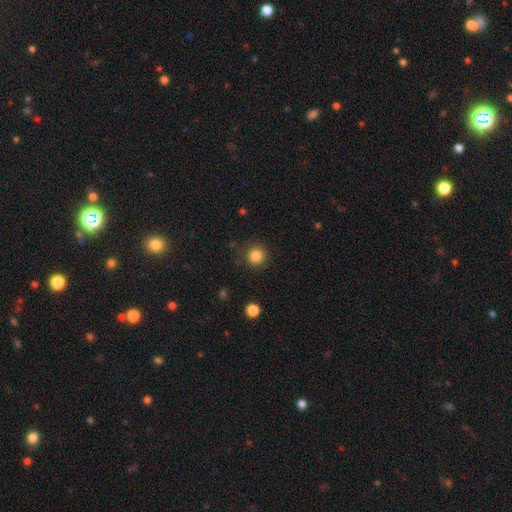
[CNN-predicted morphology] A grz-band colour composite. It shows a smooth galaxy with no disk features (84%) that is round (94%). Merging: none (88%).